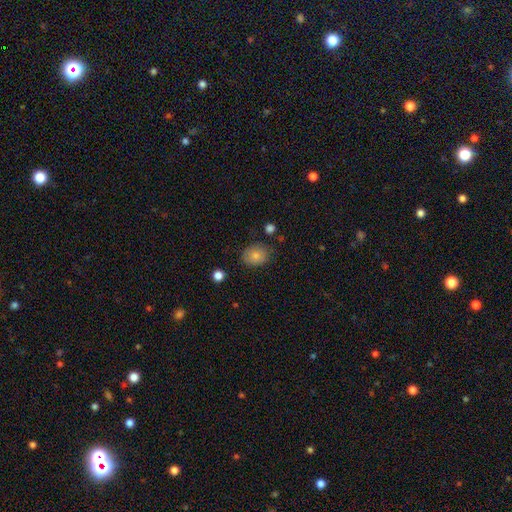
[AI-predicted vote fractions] The model was most divided on "how rounded": round: 50%, in between: 49%, cigar-shaped: 1%. More confident: smooth or featured — smooth (81%); merging — none (78%).